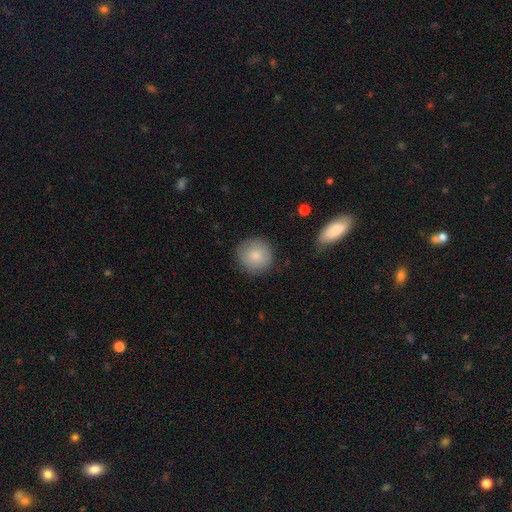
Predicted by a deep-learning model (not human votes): A smooth galaxy with no disk features (83%) that is round (94%). Merging: none (85%).